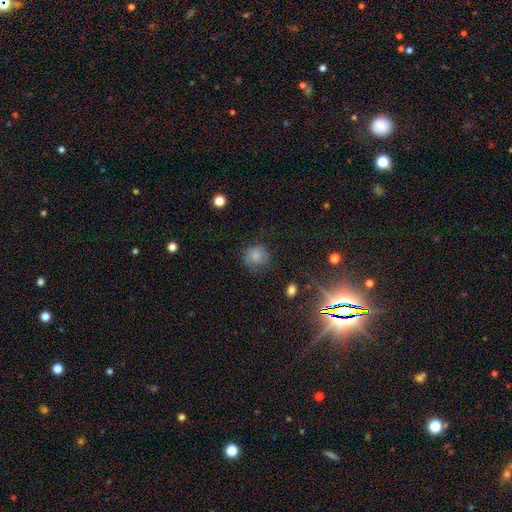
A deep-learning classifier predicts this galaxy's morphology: This appears to be a smooth galaxy with no disk features (74%) that is round (79%). Merging: none (63%).